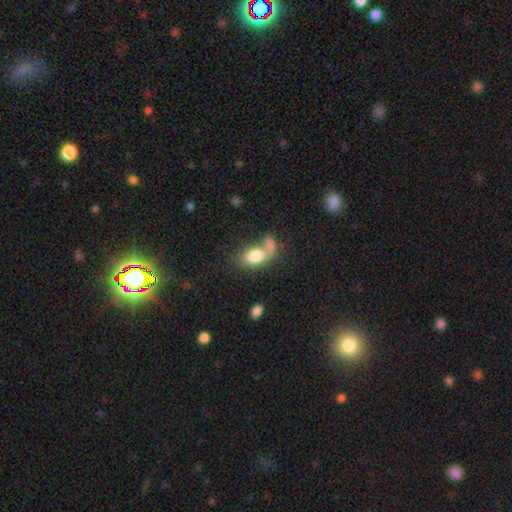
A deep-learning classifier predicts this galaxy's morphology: Smooth or featured? Predicted: smooth (p=0.75). How rounded? Predicted: in between (p=0.85). Merging? Predicted: merger (p=0.41).